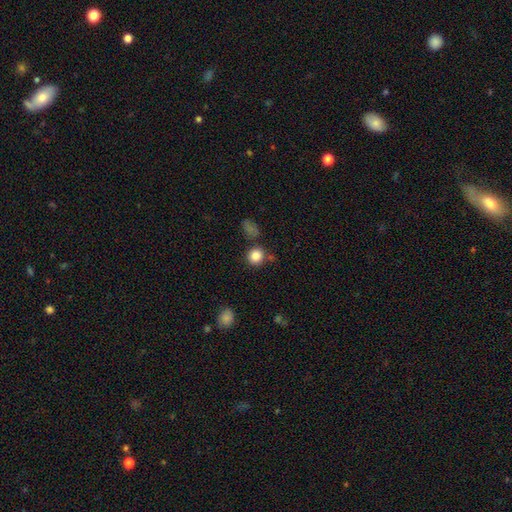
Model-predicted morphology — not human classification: smooth 84%, star or artifact 11%, featured or disk 5%. Down the decision tree: how rounded — round (88%); merging — none (77%).